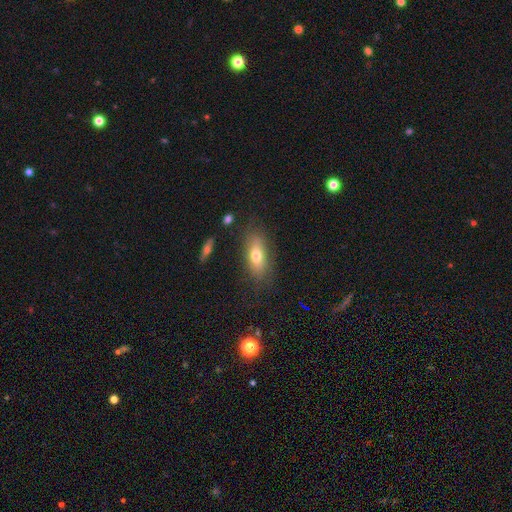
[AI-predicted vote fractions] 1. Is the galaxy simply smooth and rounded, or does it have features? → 69% smooth, 22% featured or disk, 9% star or artifact.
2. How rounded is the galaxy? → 77% in between, 17% cigar-shaped, 6% round.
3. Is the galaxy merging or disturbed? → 76% none, 16% minor disturbance, 6% major disturbance, 2% merger.